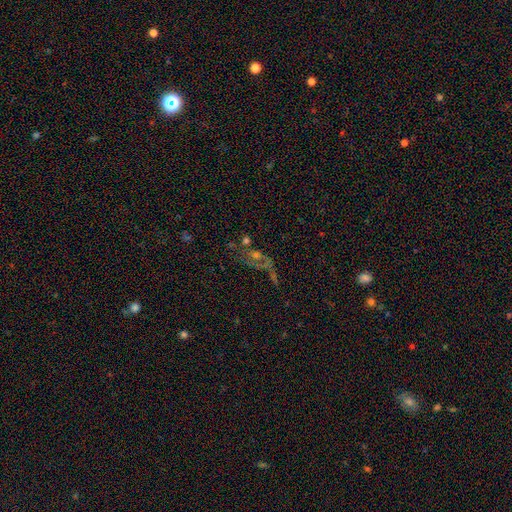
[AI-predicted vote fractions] A featured or disk galaxy (40%). Merging: none (35%).